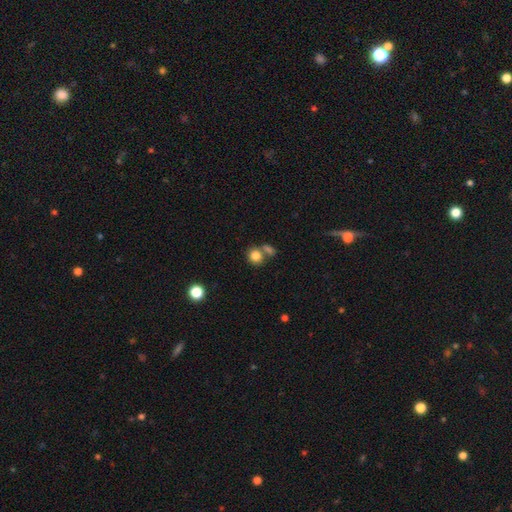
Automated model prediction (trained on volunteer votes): A smooth galaxy with no disk features (82%) that is round (82%).

Vote fractions:
- Smooth or featured? smooth: 82% / star or artifact: 11% / featured or disk: 8%
- How rounded? round: 82% / in between: 17% / cigar-shaped: 1%
- Merging? none: 54% / merger: 32% / minor disturbance: 10% / major disturbance: 4%